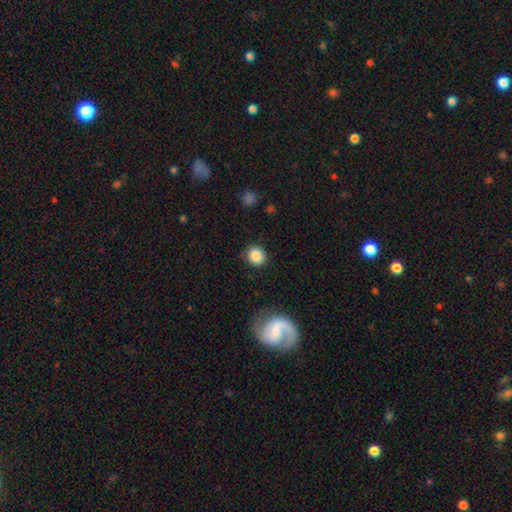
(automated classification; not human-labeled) This is clearly a smooth galaxy (86%). How rounded: clearly round (86%). Merging: clearly none (88%).